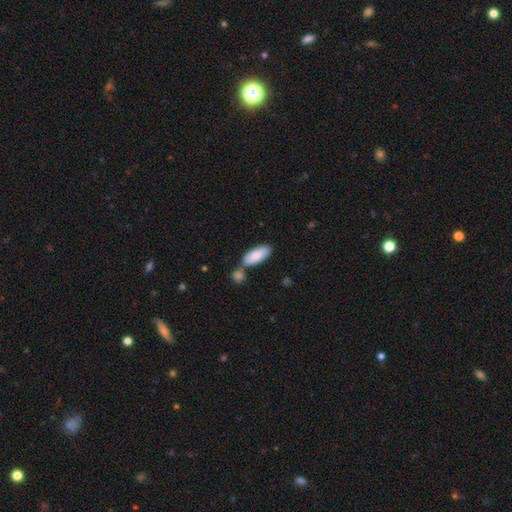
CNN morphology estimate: smooth 86%, featured or disk 8%, star or artifact 6%. Down the decision tree: how rounded — in between (81%); merging — none (56%).